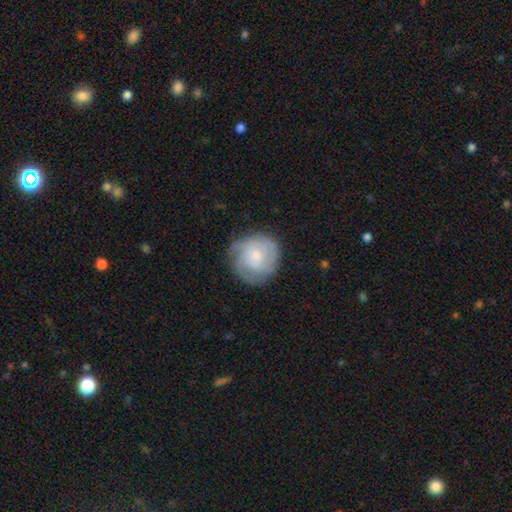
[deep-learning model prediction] Smooth or featured? featured or disk (56%)
Edge-on disk? no (98%)
Bar? no (75%)
Spiral arms? yes (86%)
Bulge size? small (59%)
Merging? none (70%)